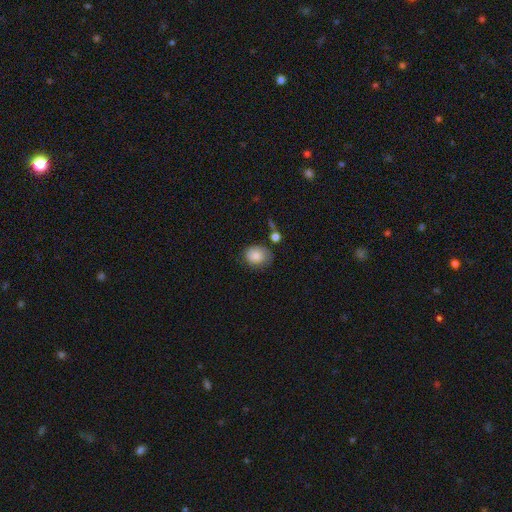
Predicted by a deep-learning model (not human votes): Smooth or featured: smooth — 81% (featured or disk — 11%)
How rounded: round — 57% (in between — 42%)
Merging: none — 62% (minor disturbance — 25%)